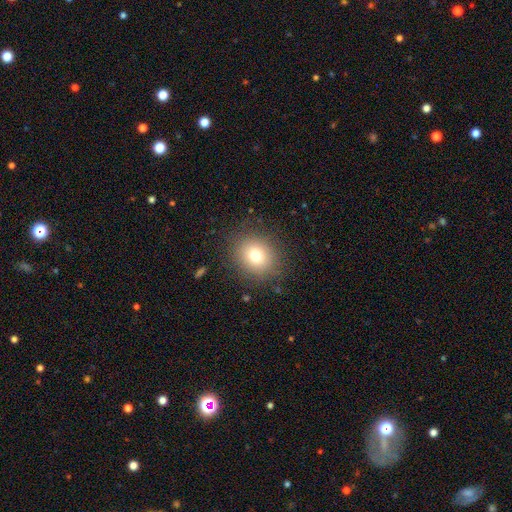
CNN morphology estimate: A smooth galaxy with no disk features (75%) that is round (75%). Merging: none (84%).